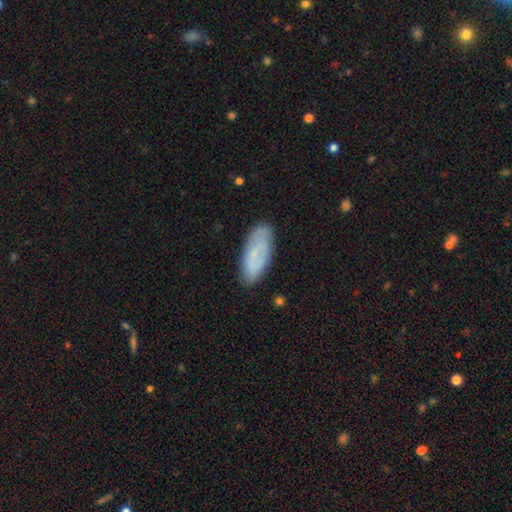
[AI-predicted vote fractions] Smooth or featured?
  - smooth: 58% *
  - featured or disk: 34%
  - star or artifact: 7%
How rounded?
  - in between: 81% *
  - cigar-shaped: 17%
  - round: 2%
Merging?
  - none: 82% *
  - minor disturbance: 14%
  - major disturbance: 3%
  - merger: 1%